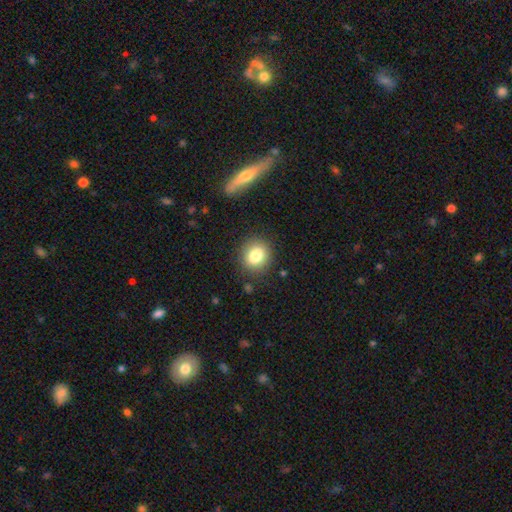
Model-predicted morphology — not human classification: This appears to be a smooth galaxy with no disk features (81%) that is round (74%). Merging: none (86%).